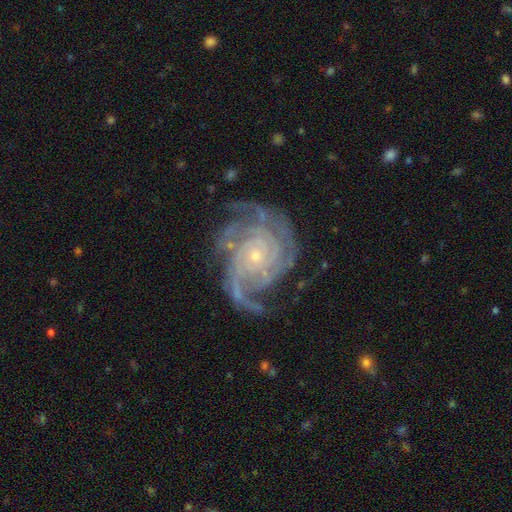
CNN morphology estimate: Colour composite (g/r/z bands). It shows a featured or disk galaxy (91%) with no bar (76%), 4 (27%) tight (63%) spiral arms (98%) and a small central bulge (81%). Merging: none (67%).